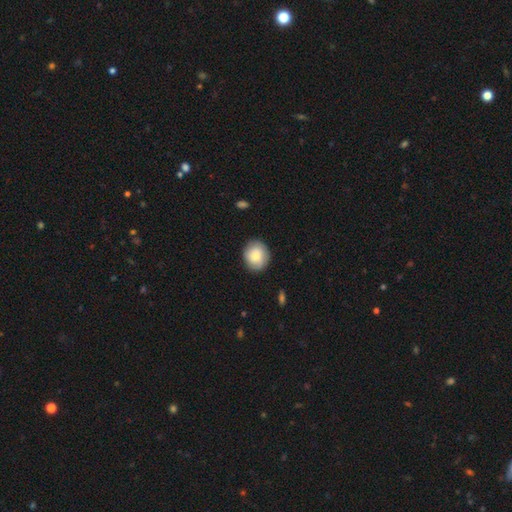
smooth-or-featured: smooth: 68% | featured or disk: 25% | star or artifact: 8%
  how-rounded: round: 89% | in between: 11% | cigar-shaped: 0%
  merging: none: 89% | minor disturbance: 8% | major disturbance: 3% | merger: 0%